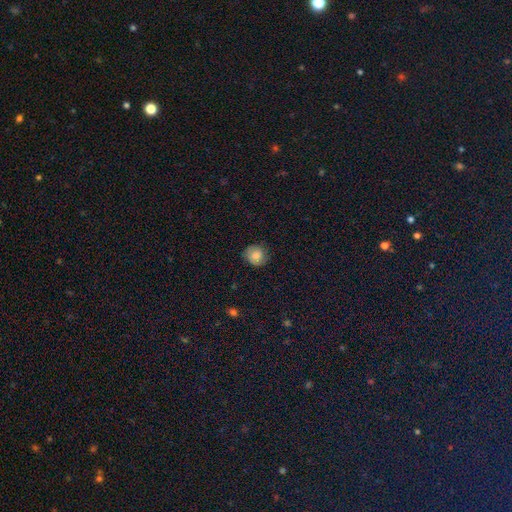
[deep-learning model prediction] Smooth or featured? Predicted: smooth (p=0.76). How rounded? Predicted: round (p=0.86). Merging? Predicted: none (p=0.80).